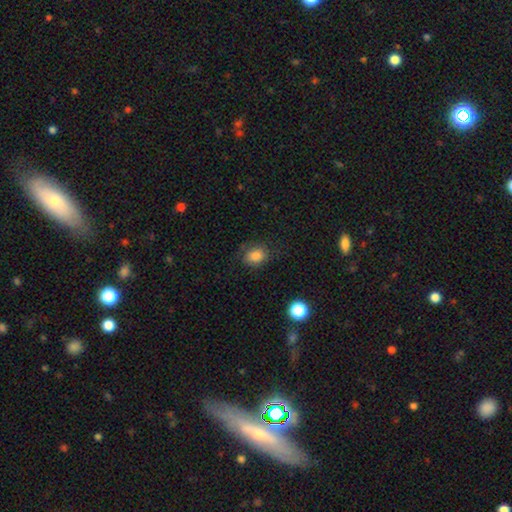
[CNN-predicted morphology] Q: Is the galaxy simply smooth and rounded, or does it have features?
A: smooth — 80%.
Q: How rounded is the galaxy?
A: in between — 56%.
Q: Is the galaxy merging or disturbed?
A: none — 68%.